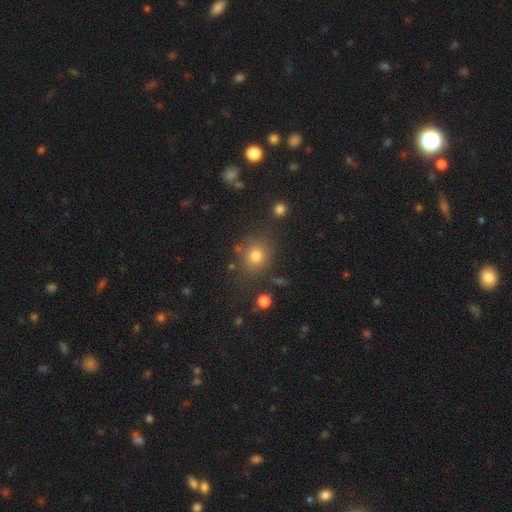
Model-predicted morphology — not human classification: A smooth galaxy with no disk features (76%) that is round (77%).

Vote fractions:
- Smooth or featured? smooth: 76% / star or artifact: 16% / featured or disk: 9%
- How rounded? round: 77% / in between: 22% / cigar-shaped: 1%
- Merging? none: 77% / minor disturbance: 12% / merger: 6% / major disturbance: 5%